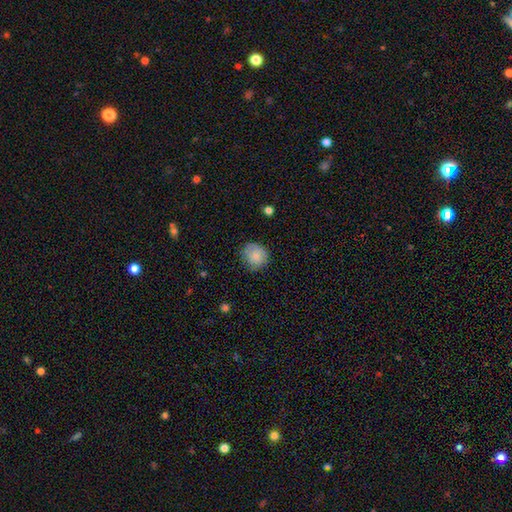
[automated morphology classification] Q: Smooth or featured?
A: smooth (79%); runner-up: featured or disk (13%)
Q: How rounded?
A: round (83%); runner-up: in between (16%)
Q: Merging?
A: none (74%); runner-up: minor disturbance (20%)